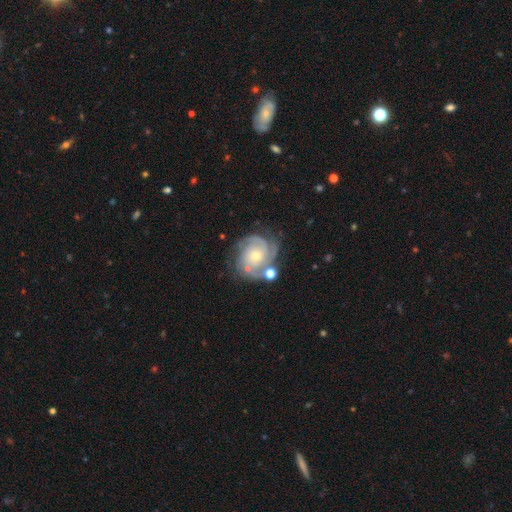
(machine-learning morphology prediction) Smooth or featured? Predicted: featured or disk (p=0.89). Edge-on disk? Predicted: no (p=0.98). Bar? Predicted: no (p=0.73). Spiral arms? Predicted: yes (p=0.98). Spiral winding? Predicted: tight (p=0.62). Spiral arm count? Predicted: 3 (p=0.40). Bulge size? Predicted: small (p=0.57). Merging? Predicted: none (p=0.67).